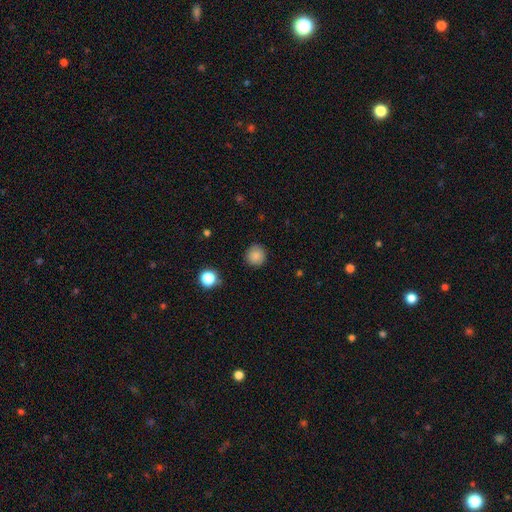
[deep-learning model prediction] A smooth galaxy with no disk features (86%) that is round (94%).

Vote fractions:
- Smooth or featured? smooth: 86% / star or artifact: 11% / featured or disk: 4%
- How rounded? round: 94% / in between: 6% / cigar-shaped: 1%
- Merging? none: 90% / minor disturbance: 7% / major disturbance: 2% / merger: 1%